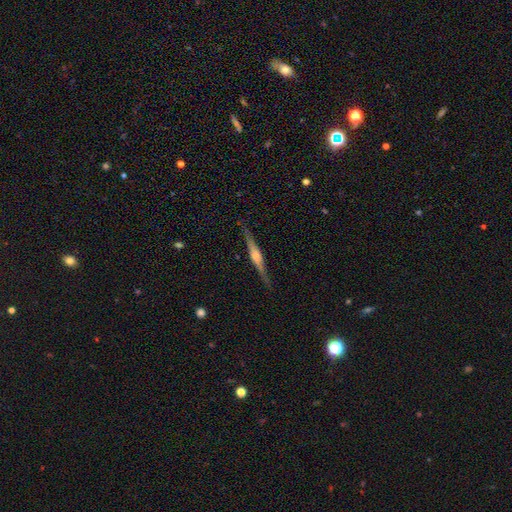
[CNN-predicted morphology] Smooth or featured? featured or disk (74%)
Edge-on disk? yes (98%)
Edge-on bulge? rounded (62%)
Merging? none (88%)